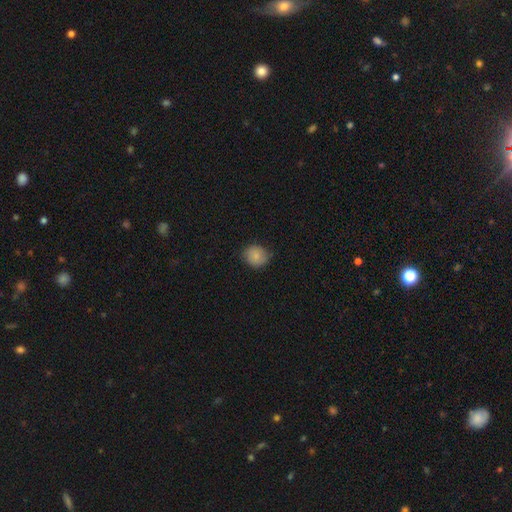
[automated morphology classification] Smooth or featured?
  - smooth: 84% *
  - star or artifact: 9%
  - featured or disk: 7%
How rounded?
  - round: 78% *
  - in between: 21%
  - cigar-shaped: 1%
Merging?
  - none: 80% *
  - minor disturbance: 17%
  - major disturbance: 3%
  - merger: 1%